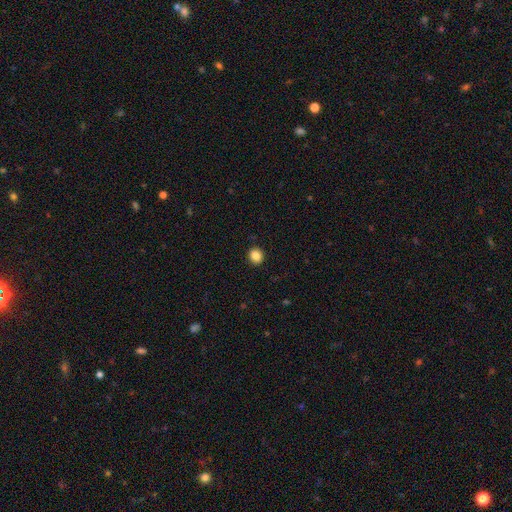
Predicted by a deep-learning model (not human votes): Smooth or featured?
  - smooth: 86% *
  - star or artifact: 10%
  - featured or disk: 4%
How rounded?
  - round: 79% *
  - in between: 20%
  - cigar-shaped: 1%
Merging?
  - none: 92% *
  - minor disturbance: 6%
  - major disturbance: 2%
  - merger: 1%